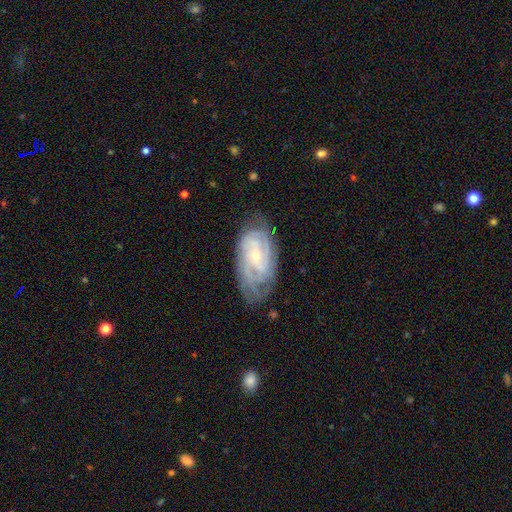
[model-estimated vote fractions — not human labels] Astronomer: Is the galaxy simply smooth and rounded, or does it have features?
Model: featured or disk — 84%.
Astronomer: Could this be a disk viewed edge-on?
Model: no — 96%.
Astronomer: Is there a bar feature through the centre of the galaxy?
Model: no — 61%.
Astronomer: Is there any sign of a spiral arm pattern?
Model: yes — 95%.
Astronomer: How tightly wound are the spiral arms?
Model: tight — 70%.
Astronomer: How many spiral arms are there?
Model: can't tell — 34% (runner-up: 2, 21%).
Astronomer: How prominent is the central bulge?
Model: small — 73%.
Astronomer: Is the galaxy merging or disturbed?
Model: none — 68%.